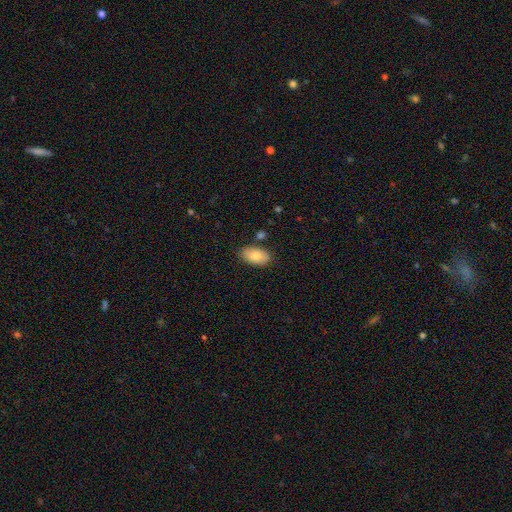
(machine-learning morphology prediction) Smooth or featured? Predicted: smooth (p=0.81). How rounded? Predicted: in between (p=0.94). Merging? Predicted: none (p=0.80).